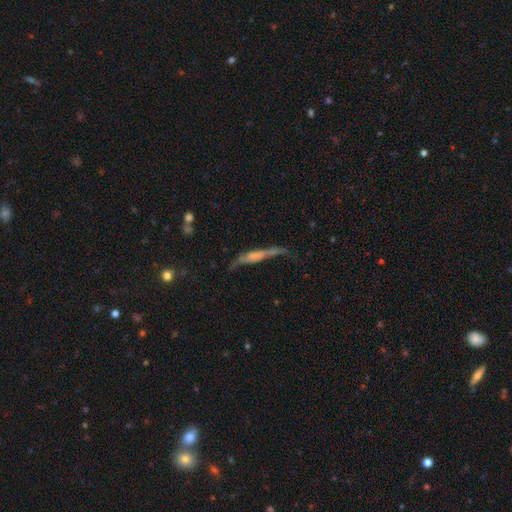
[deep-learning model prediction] featured or disk 57%, smooth 33%, star or artifact 10%. Down the decision tree: edge-on disk — yes (70%); merging — none (36%).